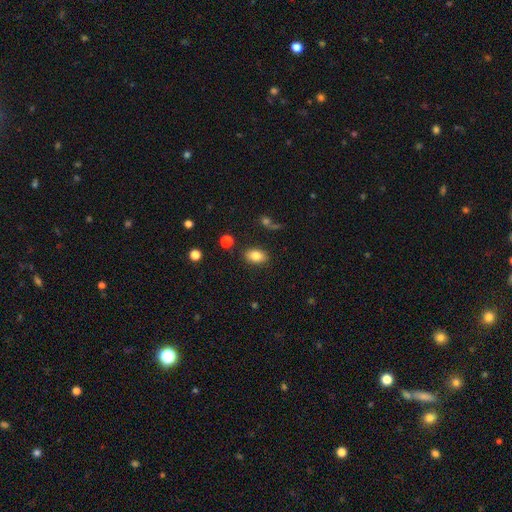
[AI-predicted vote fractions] Overall: smooth (82%). How rounded: in between (86%). Merging: none (84%).